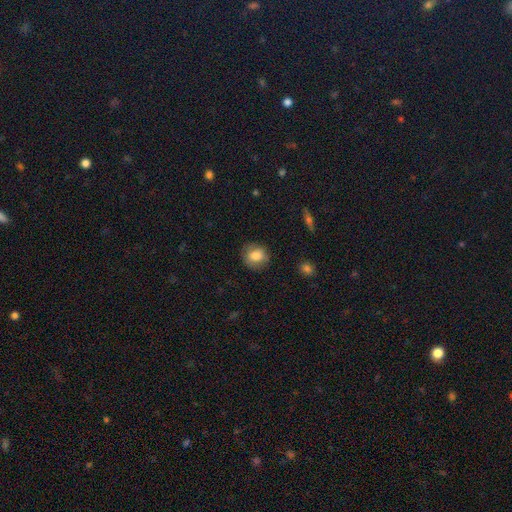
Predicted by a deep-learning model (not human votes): Smooth or featured? Predicted: smooth (p=0.78). How rounded? Predicted: round (p=0.76). Merging? Predicted: none (p=0.81).